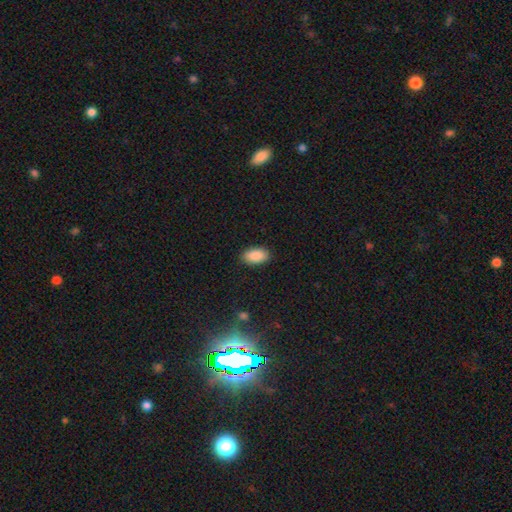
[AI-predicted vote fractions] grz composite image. It shows a smooth galaxy with no disk features (89%) that is in between round and cigar-shaped (94%). Merging: none (88%).